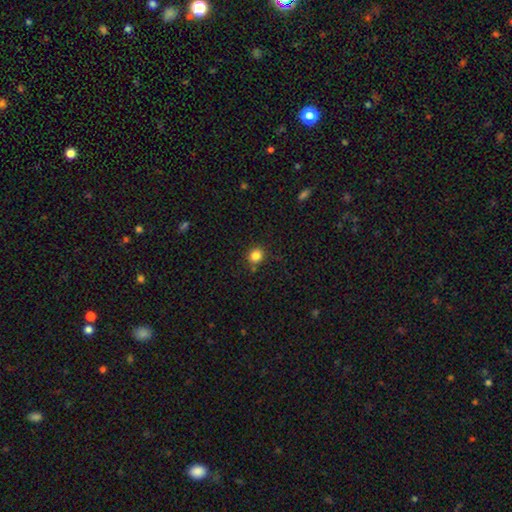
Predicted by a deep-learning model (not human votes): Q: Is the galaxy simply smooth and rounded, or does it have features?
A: smooth — 84%.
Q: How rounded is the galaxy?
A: round — 80%.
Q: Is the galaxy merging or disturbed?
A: none — 81%.